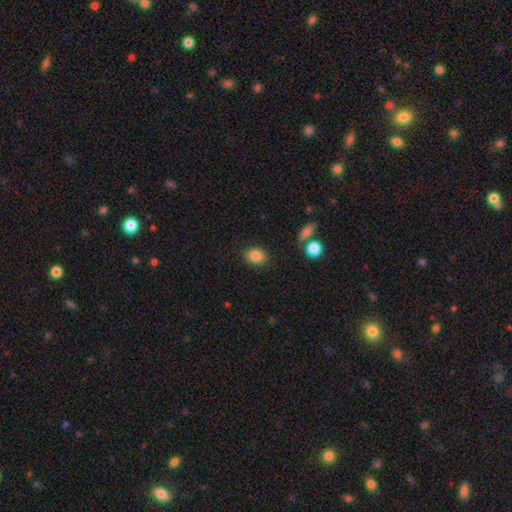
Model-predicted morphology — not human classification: smooth 85%, star or artifact 9%, featured or disk 6%. Down the decision tree: how rounded — in between (60%); merging — none (85%).